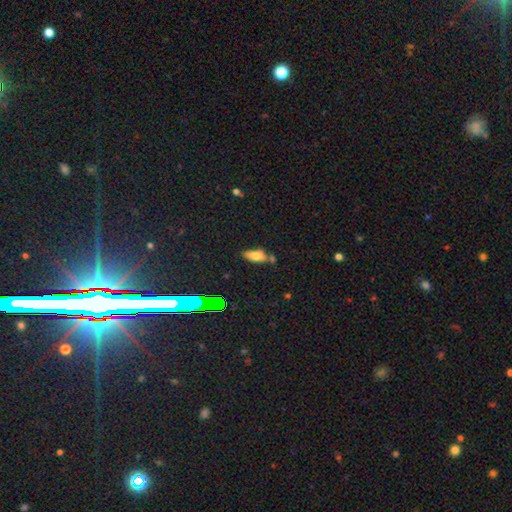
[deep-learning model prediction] The model was most divided on "merging": none: 61%, minor disturbance: 19%, merger: 14%, major disturbance: 5%. More confident: how rounded — in between (83%); smooth or featured — smooth (71%).